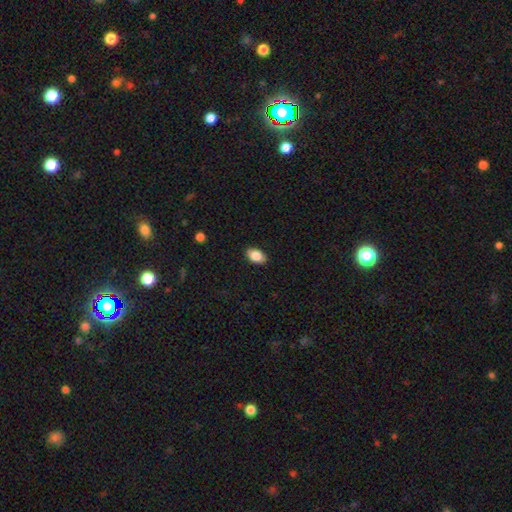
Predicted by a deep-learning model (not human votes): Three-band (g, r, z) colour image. It shows a smooth galaxy with no disk features (86%) that is in between round and cigar-shaped (92%). Merging: none (89%).